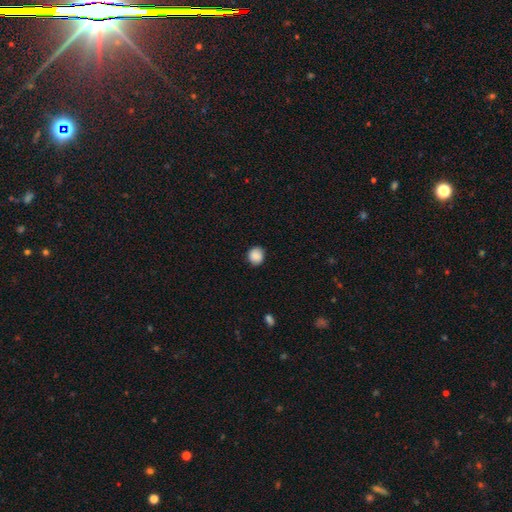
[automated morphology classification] smooth_or_featured: smooth (p=0.88) [alt: star or artifact p=0.08]
how_rounded: round (p=0.83) [alt: in between p=0.16]
merging: none (p=0.87) [alt: minor disturbance p=0.10]